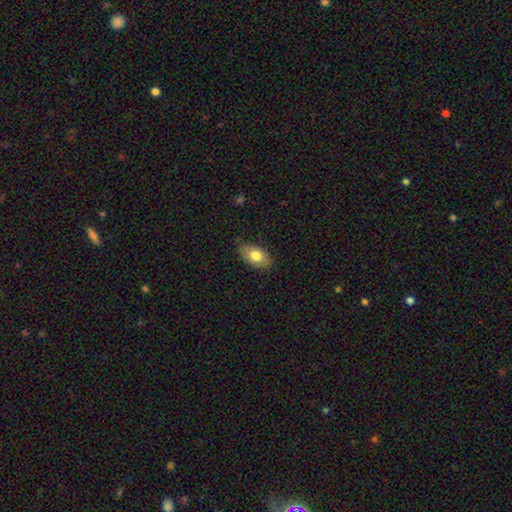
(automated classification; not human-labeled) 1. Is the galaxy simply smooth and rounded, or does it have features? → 74% smooth, 19% featured or disk, 7% star or artifact.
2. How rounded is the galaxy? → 92% in between, 7% round, 2% cigar-shaped.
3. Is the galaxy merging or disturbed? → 78% none, 18% minor disturbance, 3% major disturbance, 1% merger.